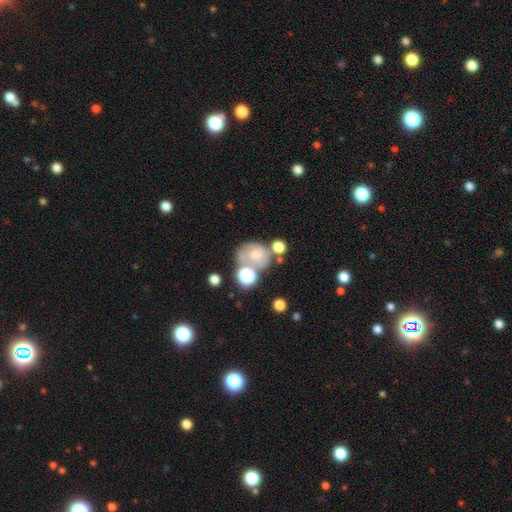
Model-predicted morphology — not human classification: type=smooth (56%); roundness=round (55%); merging=none (38%).